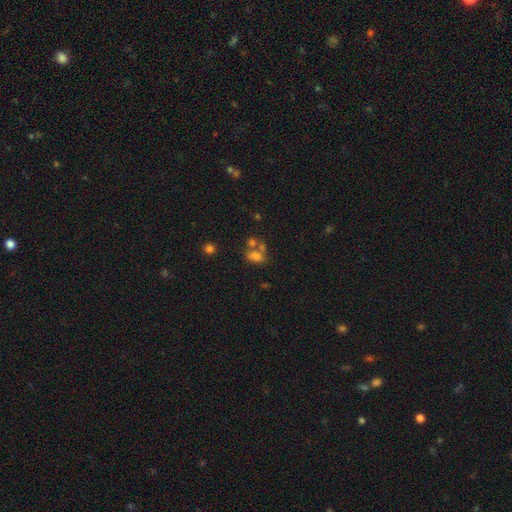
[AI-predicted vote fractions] Q: Smooth or featured?
A: smooth (71%); runner-up: star or artifact (15%)
Q: How rounded?
A: in between (78%); runner-up: round (19%)
Q: Merging?
A: none (39%); tied with: merger (39%)